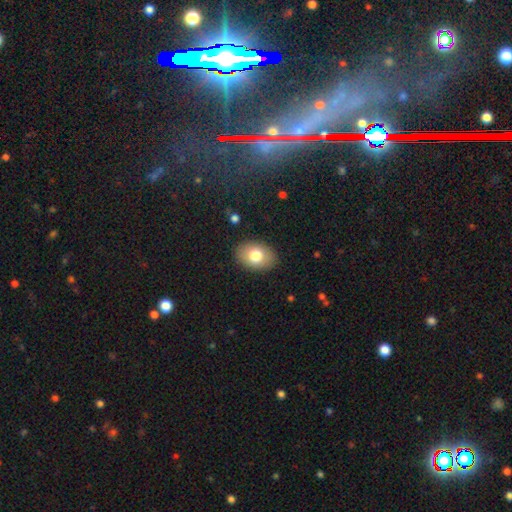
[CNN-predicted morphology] Smooth or featured?
  - smooth: 77% *
  - featured or disk: 15%
  - star or artifact: 8%
How rounded?
  - in between: 81% *
  - round: 18%
  - cigar-shaped: 1%
Merging?
  - none: 89% *
  - minor disturbance: 8%
  - major disturbance: 2%
  - merger: 1%